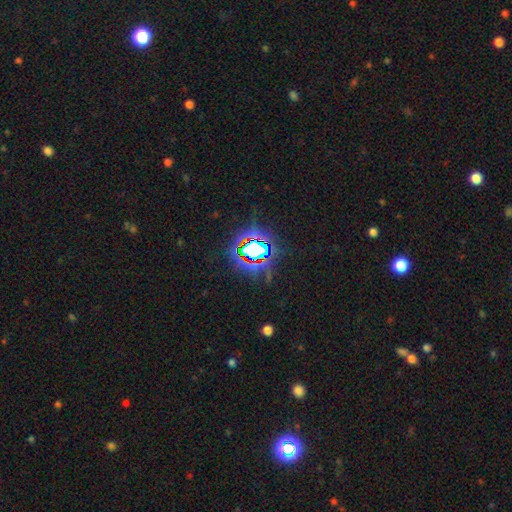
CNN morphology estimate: A star or artifact, not a galaxy (75%).